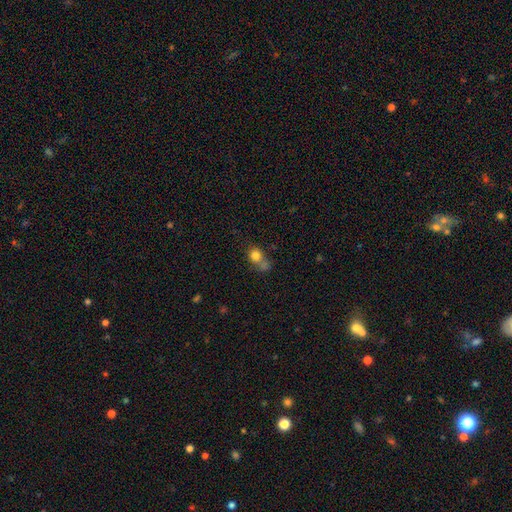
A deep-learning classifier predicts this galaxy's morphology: Smooth or featured? smooth (78%)
How rounded? round (74%)
Merging? merger (43%)